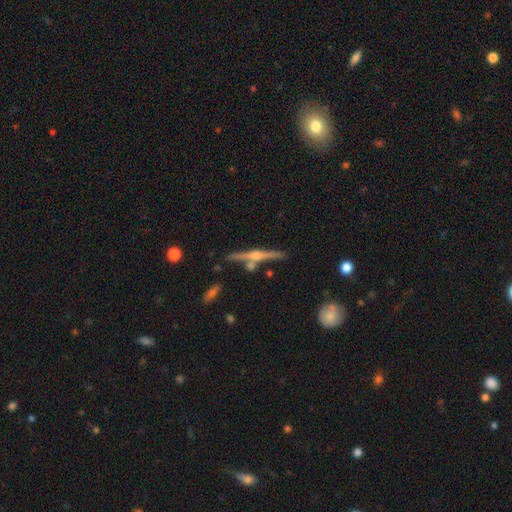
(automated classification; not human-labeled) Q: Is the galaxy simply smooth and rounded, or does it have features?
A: featured or disk — 81%.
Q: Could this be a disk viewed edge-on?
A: yes — 98%.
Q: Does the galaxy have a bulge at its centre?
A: rounded — 91%.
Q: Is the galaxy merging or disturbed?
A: none — 79%.